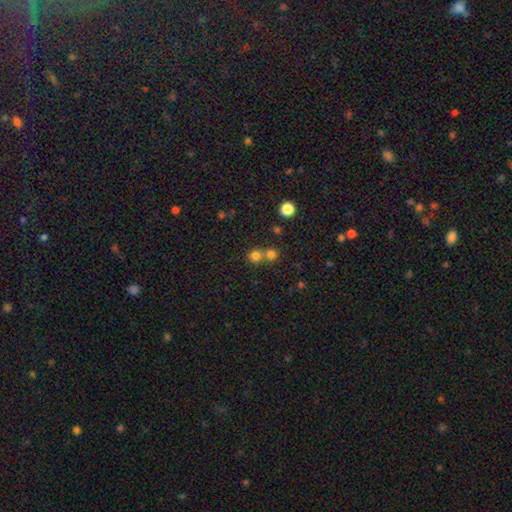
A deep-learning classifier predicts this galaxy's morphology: The model was most divided on "merging": none: 48%, merger: 45%, minor disturbance: 5%, major disturbance: 2%. More confident: how rounded — round (88%); smooth or featured — smooth (75%).